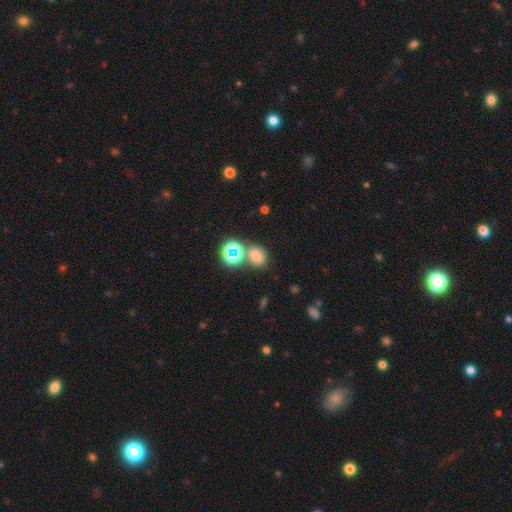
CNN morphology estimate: type=smooth (64%); roundness=in between (51%); merging=none (57%).